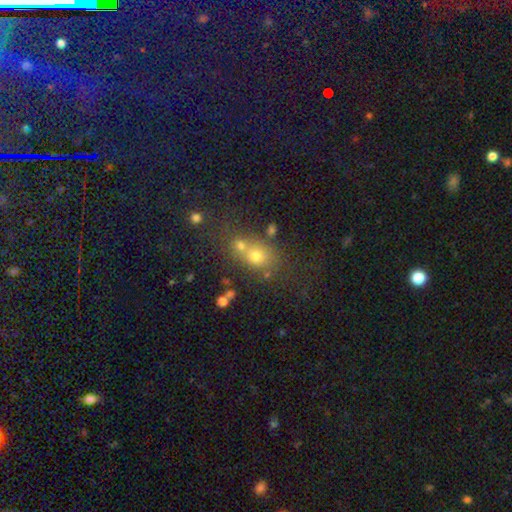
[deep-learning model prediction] Smooth or featured? smooth (66%)
How rounded? round (56%)
Merging? none (47%)